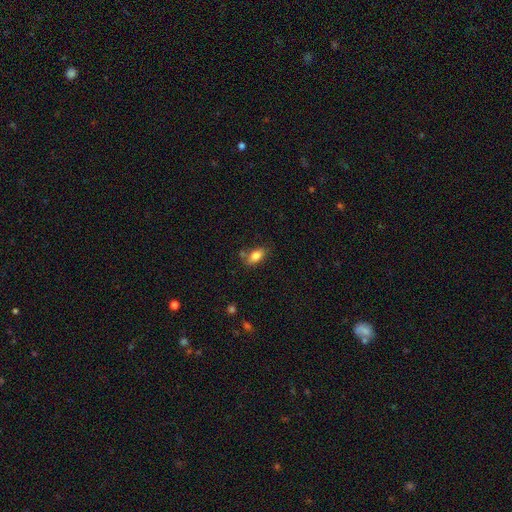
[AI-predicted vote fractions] Smooth or featured? Predicted: smooth (p=0.81). How rounded? Predicted: in between (p=0.88). Merging? Predicted: none (p=0.68).